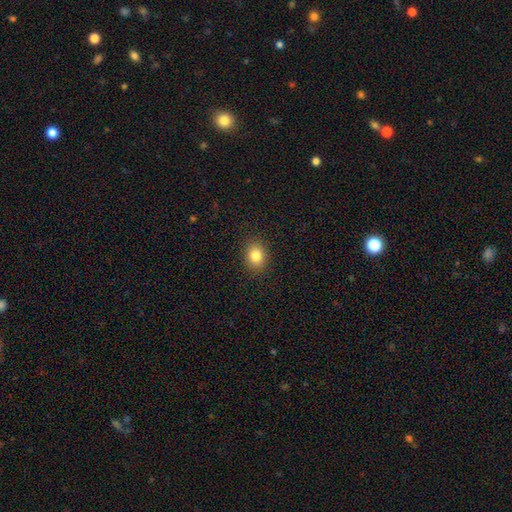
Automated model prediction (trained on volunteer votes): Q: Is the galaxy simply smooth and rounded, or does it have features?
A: smooth — 83%.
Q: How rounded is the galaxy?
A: round — 54%.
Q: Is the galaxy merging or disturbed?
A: none — 90%.